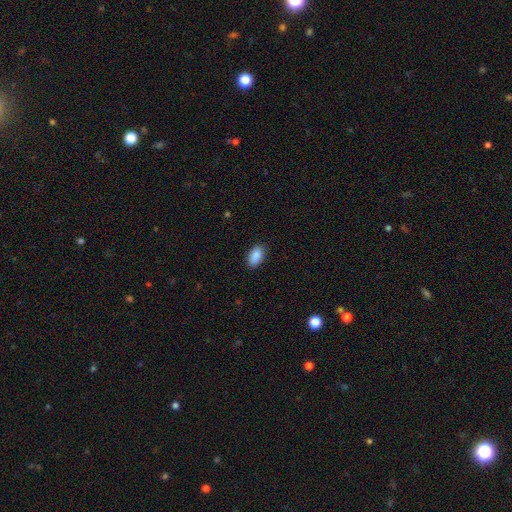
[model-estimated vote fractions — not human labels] Smooth or featured?
  - smooth: 89% *
  - star or artifact: 7%
  - featured or disk: 4%
How rounded?
  - in between: 93% *
  - round: 4%
  - cigar-shaped: 3%
Merging?
  - none: 87% *
  - minor disturbance: 10%
  - major disturbance: 2%
  - merger: 1%